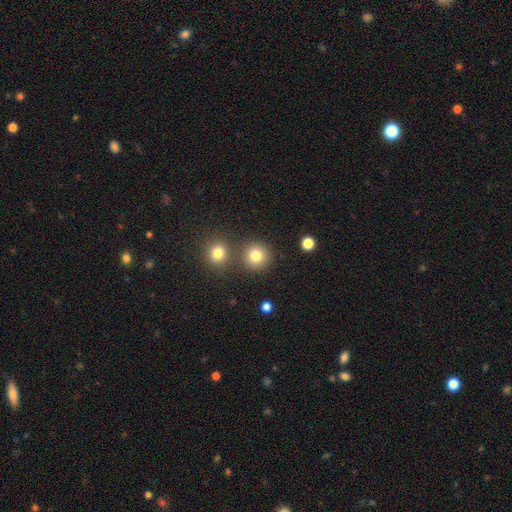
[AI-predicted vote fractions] Overall: smooth (82%). How rounded: round (93%). Merging: none (78%).